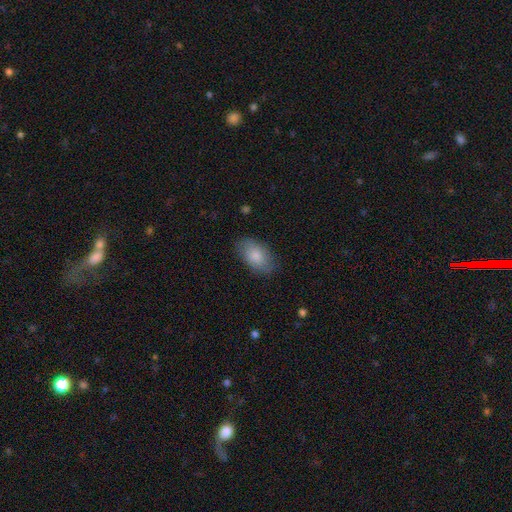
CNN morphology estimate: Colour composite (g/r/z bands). It shows a smooth galaxy with no disk features (83%) that is in between round and cigar-shaped (93%). Merging: none (80%).